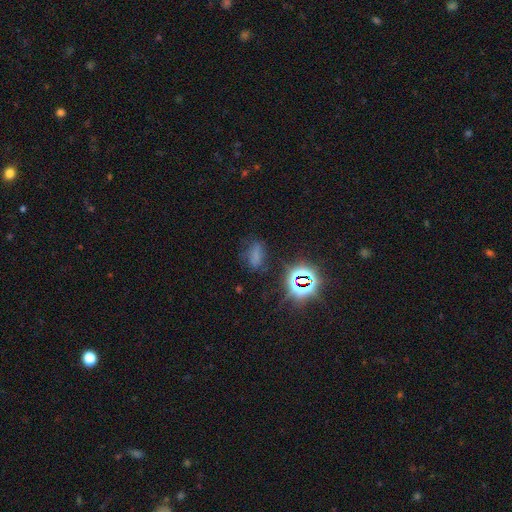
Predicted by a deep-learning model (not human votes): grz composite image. It shows a smooth galaxy with no disk features (51%) that is in between round and cigar-shaped (77%). Merging: none (61%).